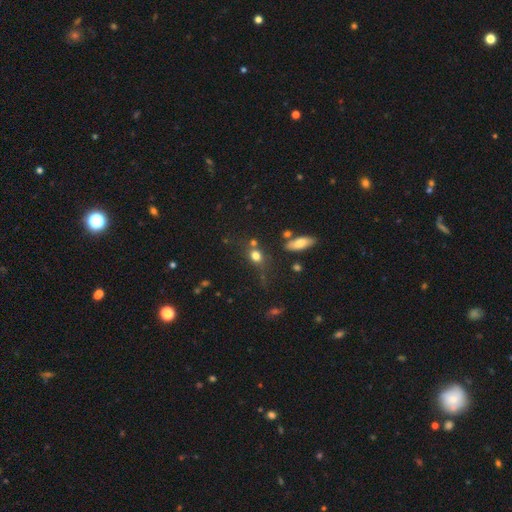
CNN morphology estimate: type=smooth (77%); roundness=in between (52%); merging=none (59%).